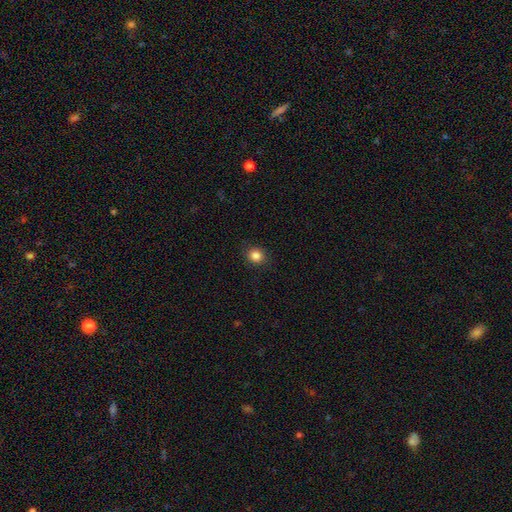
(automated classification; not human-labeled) A smooth galaxy with no disk features (85%) that is round (80%). Merging: none (89%).